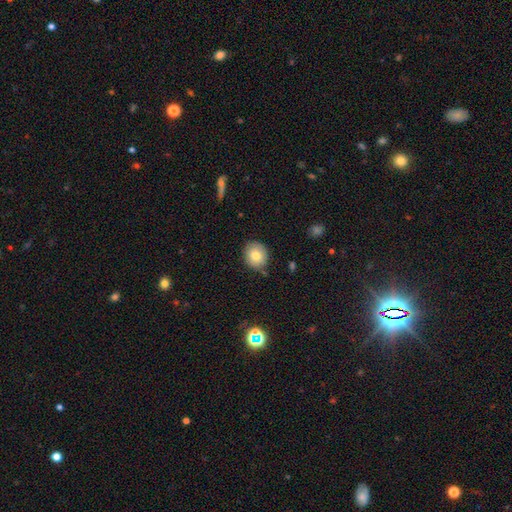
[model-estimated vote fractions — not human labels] A smooth galaxy with no disk features (77%) that is round (85%).

Vote fractions:
- Smooth or featured? smooth: 77% / featured or disk: 14% / star or artifact: 9%
- How rounded? round: 85% / in between: 14% / cigar-shaped: 1%
- Merging? none: 81% / minor disturbance: 14% / major disturbance: 3% / merger: 2%